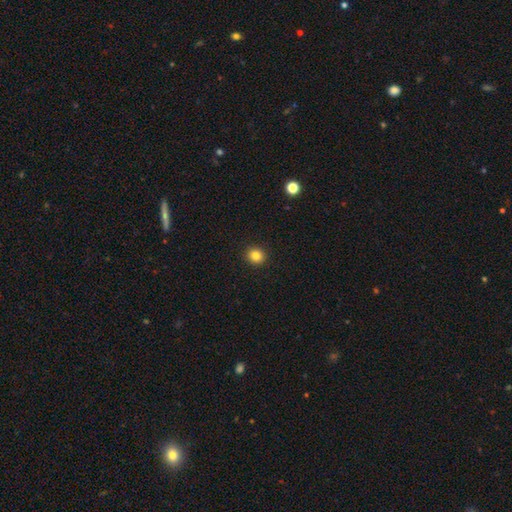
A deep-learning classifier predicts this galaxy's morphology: smooth-or-featured: smooth: 84% | star or artifact: 11% | featured or disk: 5%
  how-rounded: round: 89% | in between: 10% | cigar-shaped: 1%
  merging: none: 93% | minor disturbance: 4% | major disturbance: 2% | merger: 1%